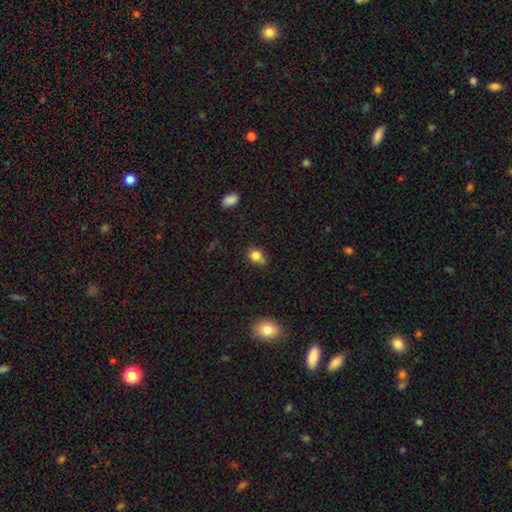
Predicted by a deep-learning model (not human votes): Smooth or featured? Predicted: smooth (p=0.79). How rounded? Predicted: round (p=0.61). Merging? Predicted: none (p=0.53).